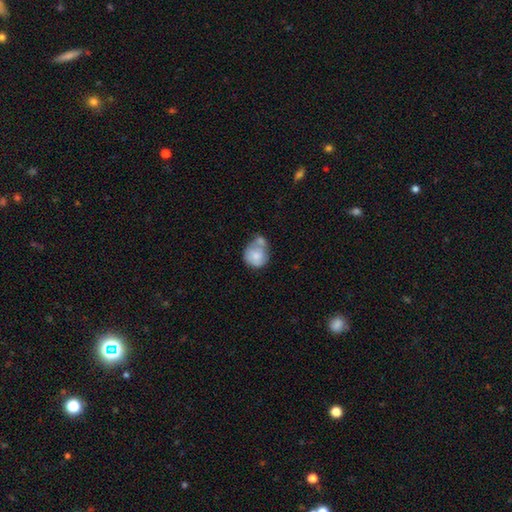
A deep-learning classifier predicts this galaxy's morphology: smooth-or-featured: smooth: 70% | featured or disk: 23% | star or artifact: 7%
  how-rounded: round: 76% | in between: 23% | cigar-shaped: 1%
  merging: merger: 48% | none: 27% | minor disturbance: 18% | major disturbance: 8%